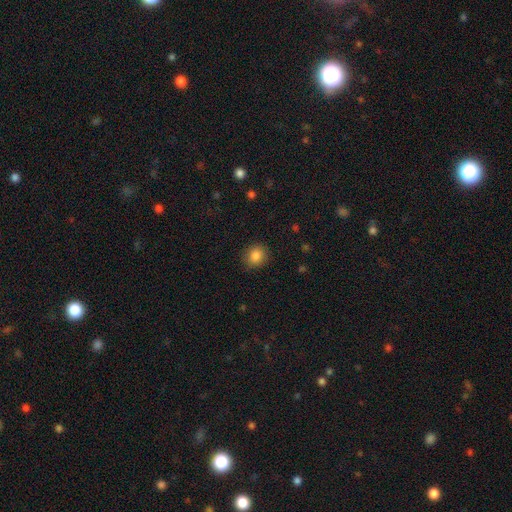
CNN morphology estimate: Overall: smooth (86%). How rounded: round (76%). Merging: none (88%).